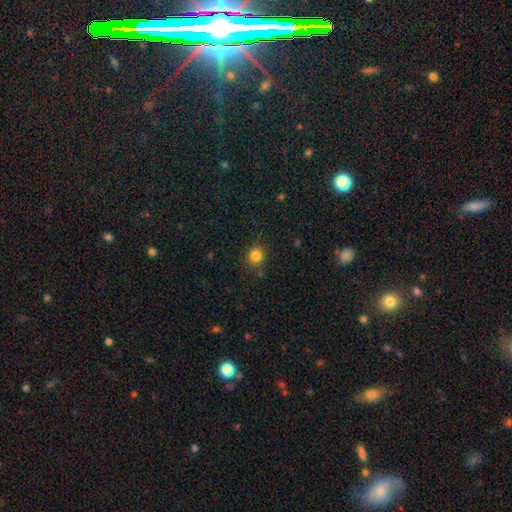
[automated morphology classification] type=smooth (83%); roundness=round (89%); merging=none (86%).